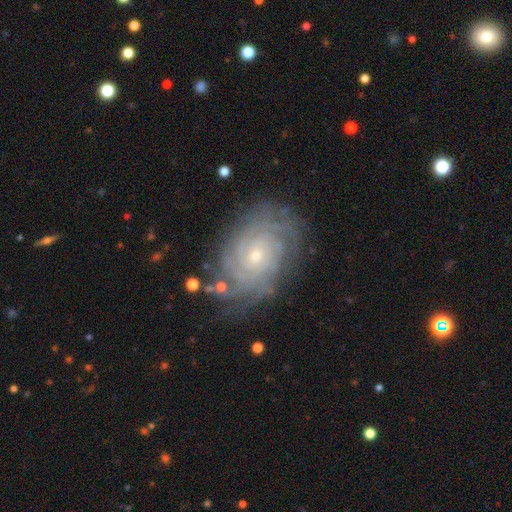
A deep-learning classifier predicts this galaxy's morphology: This is clearly a featured or disk galaxy (86%). It is clearly not viewed edge-on (97%). Bar: likely no (76%). Spiral arm pattern: clearly yes (97%). Spiral arm count: marginally can't tell (33%). Spiral winding: clearly tight (81%). Central bulge: likely small (66%). Merging: likely none (78%).